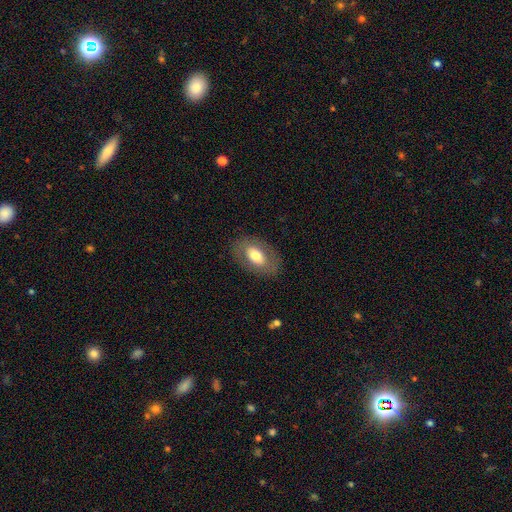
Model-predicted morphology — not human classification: A smooth galaxy with no disk features (63%) that is in between round and cigar-shaped (90%).

Vote fractions:
- Smooth or featured? smooth: 63% / featured or disk: 30% / star or artifact: 7%
- How rounded? in between: 90% / round: 8% / cigar-shaped: 2%
- Merging? none: 83% / minor disturbance: 11% / major disturbance: 5% / merger: 1%